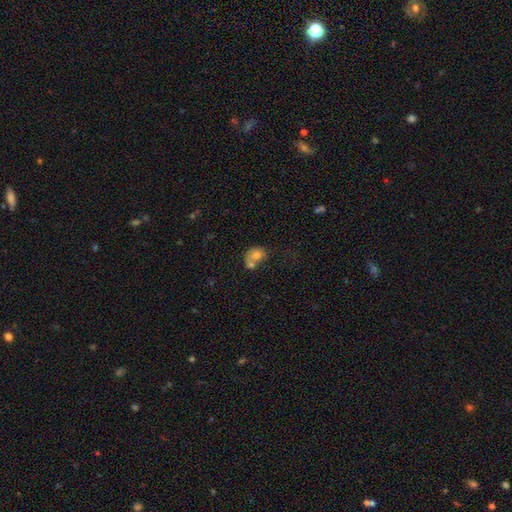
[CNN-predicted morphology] This is likely a smooth galaxy (67%). How rounded: possibly round (55%). Merging: possibly merger (51%).